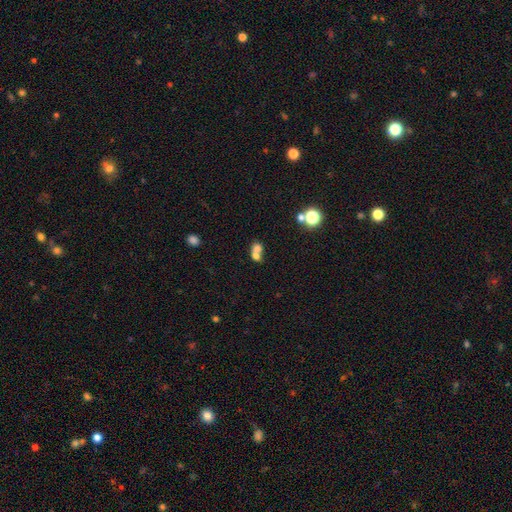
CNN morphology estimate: The model was most divided on "how rounded": round: 59%, in between: 39%, cigar-shaped: 2%. More confident: smooth or featured — smooth (67%); merging — merger (66%).